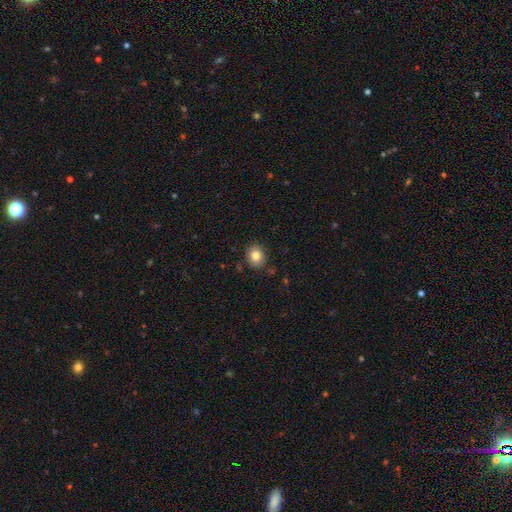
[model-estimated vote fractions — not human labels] This appears to be a smooth galaxy with no disk features (83%) that is round (65%). Merging: none (86%).